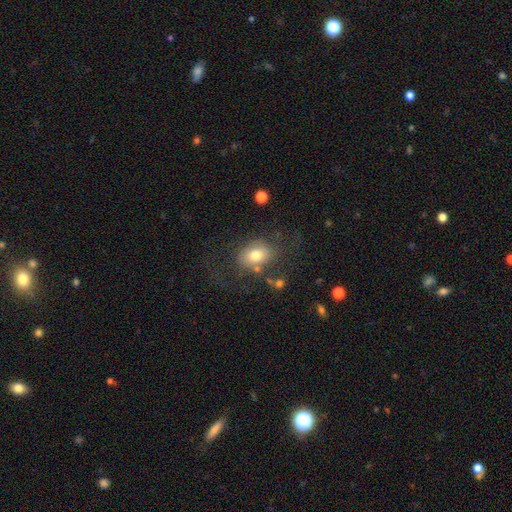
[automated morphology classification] Smooth or featured?
  - smooth: 68% *
  - featured or disk: 22%
  - star or artifact: 10%
How rounded?
  - in between: 66% *
  - round: 33%
  - cigar-shaped: 1%
Merging?
  - none: 55% *
  - minor disturbance: 20%
  - major disturbance: 20%
  - merger: 6%